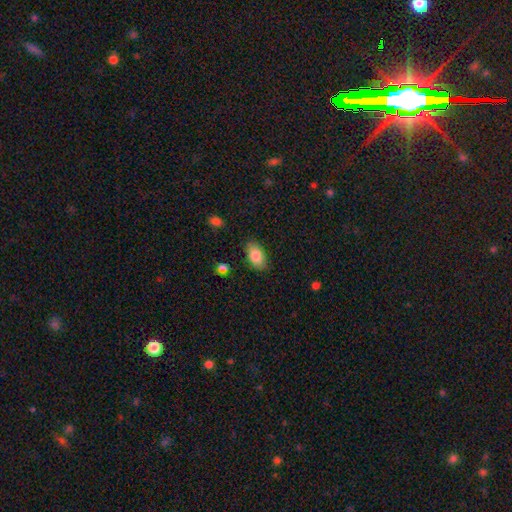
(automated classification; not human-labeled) Smooth or featured? smooth (84%)
How rounded? in between (92%)
Merging? none (85%)